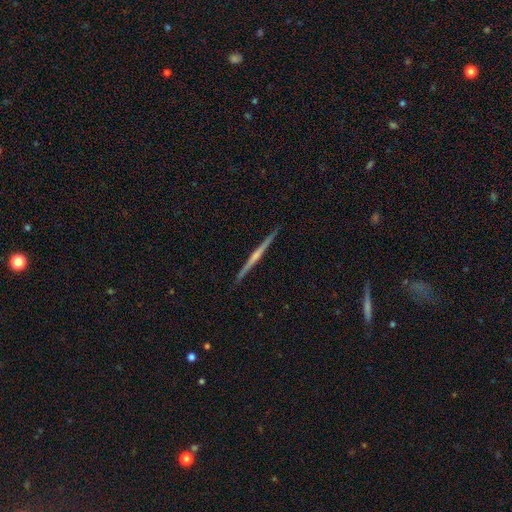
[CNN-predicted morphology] featured or disk 72%, smooth 19%, star or artifact 9%. Down the decision tree: edge-on disk — yes (98%); edge-on bulge — rounded (55%); merging — none (90%).